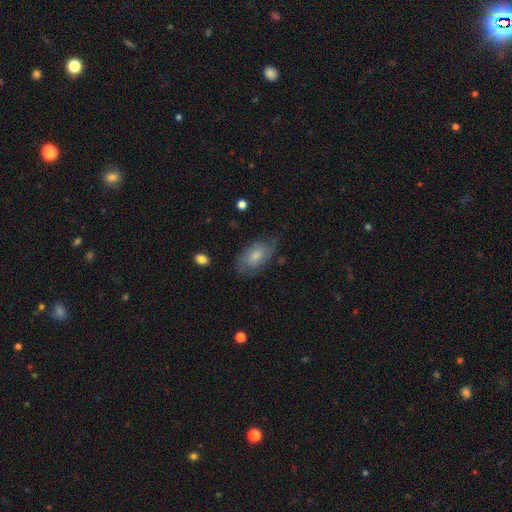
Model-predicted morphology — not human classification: Smooth or featured? Predicted: smooth (p=0.52). How rounded? Predicted: in between (p=0.91). Merging? Predicted: none (p=0.62).